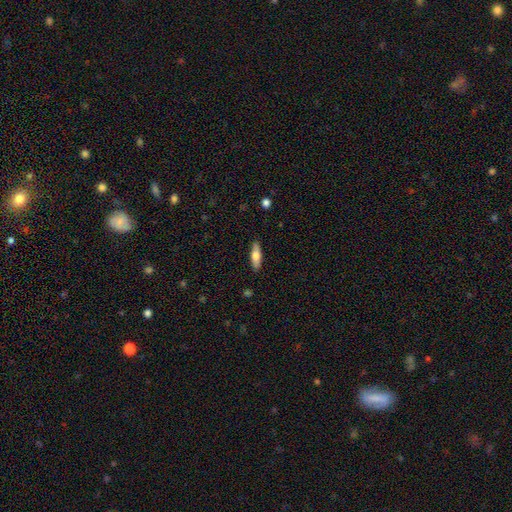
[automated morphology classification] Smooth or featured?
  - smooth: 63% *
  - featured or disk: 31%
  - star or artifact: 6%
How rounded?
  - cigar-shaped: 53% *
  - in between: 45%
  - round: 2%
Merging?
  - none: 88% *
  - minor disturbance: 9%
  - major disturbance: 2%
  - merger: 1%